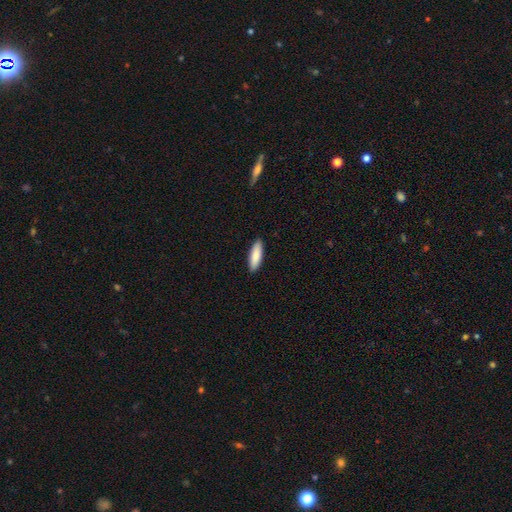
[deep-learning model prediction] Smooth or featured?
  - smooth: 86% *
  - featured or disk: 9%
  - star or artifact: 5%
How rounded?
  - in between: 51% *
  - cigar-shaped: 48%
  - round: 2%
Merging?
  - none: 91% *
  - minor disturbance: 7%
  - major disturbance: 1%
  - merger: 1%